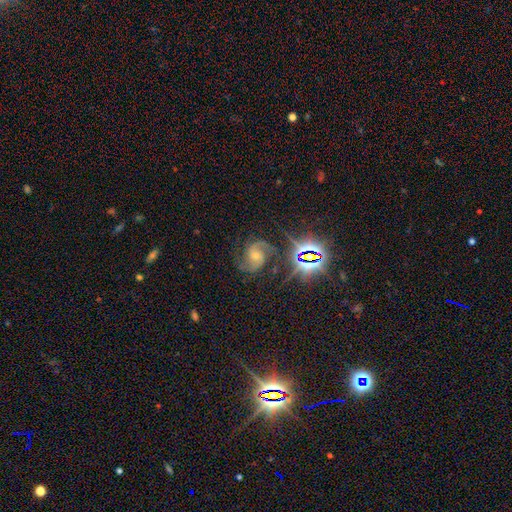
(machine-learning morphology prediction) A featured or disk galaxy (70%) with no bar (51%), 2 (86%) medium (57%) spiral arms (97%) and a moderate central bulge (52%).

Vote fractions:
- Smooth or featured? featured or disk: 70% / star or artifact: 23% / smooth: 7%
- Edge-on disk? no: 97% / yes: 3%
- Bar? no: 51% / weak: 35% / strong: 14%
- Spiral arms? yes: 97% / no: 3%
- Spiral winding? medium: 57% / tight: 27% / loose: 15%
- Spiral arm count? 2: 86% / 3: 4% / can't tell: 4% / 1: 2% / 4: 2% / more than 4: 2%
- Bulge size? moderate: 52% / small: 40% / large: 4% / none: 3% / dominant: 1%
- Merging? none: 75% / minor disturbance: 15% / major disturbance: 8% / merger: 3%